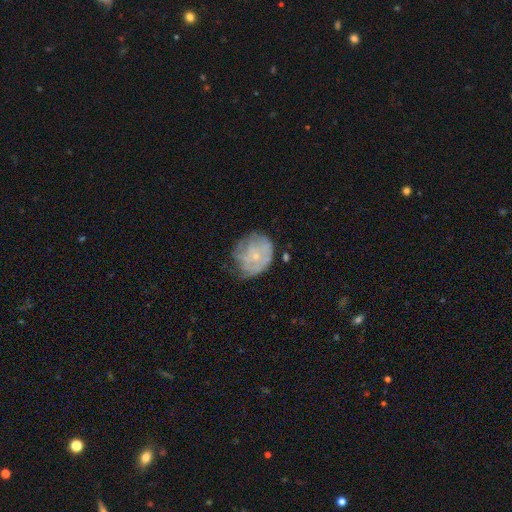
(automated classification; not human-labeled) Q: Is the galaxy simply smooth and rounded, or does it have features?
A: featured or disk — 53%.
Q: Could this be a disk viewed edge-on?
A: no — 98%.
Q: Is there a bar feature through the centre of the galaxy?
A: no — 86%.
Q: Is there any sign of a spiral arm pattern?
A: yes — 56%.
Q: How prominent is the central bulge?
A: small — 76%.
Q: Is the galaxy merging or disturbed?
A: none — 52%.